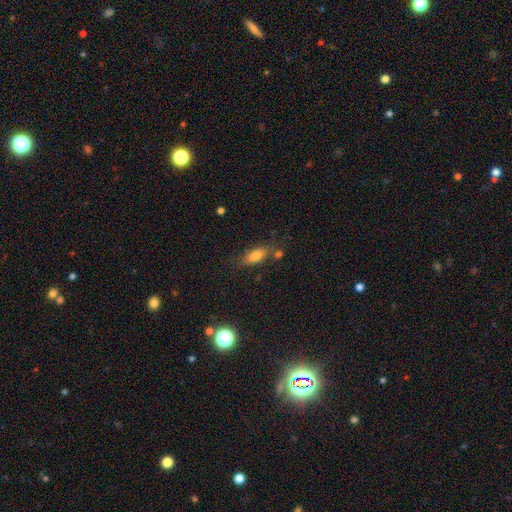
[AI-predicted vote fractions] This appears to be a smooth galaxy with no disk features (77%) that is in between round and cigar-shaped (80%). Merging: none (66%).